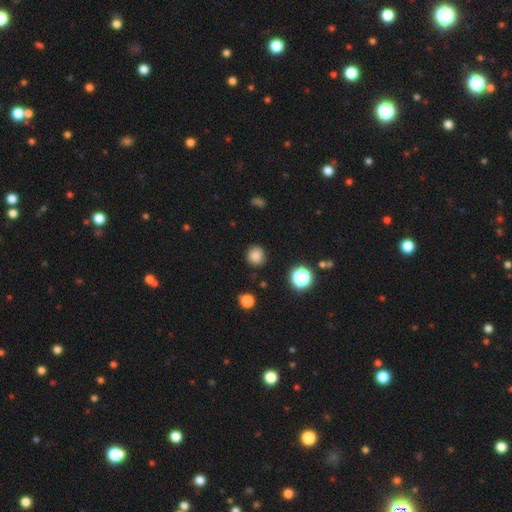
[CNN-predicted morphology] Smooth or featured? Predicted: smooth (p=0.81). How rounded? Predicted: round (p=0.89). Merging? Predicted: none (p=0.84).